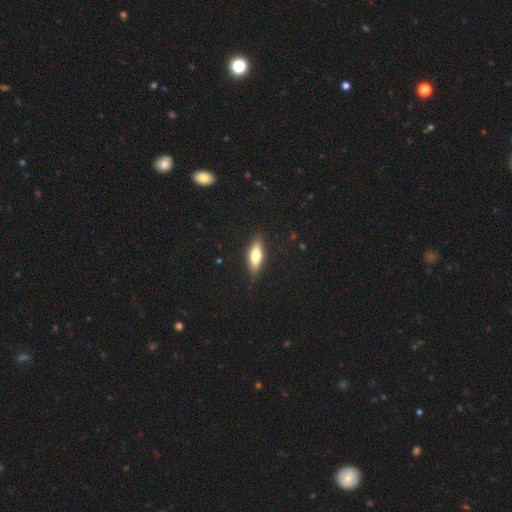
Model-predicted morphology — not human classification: smooth 59%, featured or disk 34%, star or artifact 6%. Down the decision tree: how rounded — in between (54%); merging — none (87%).